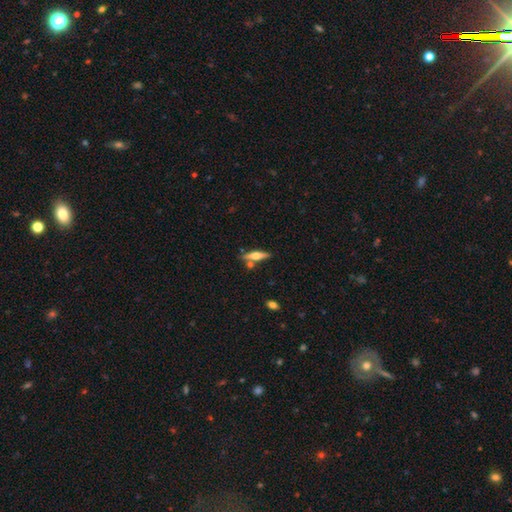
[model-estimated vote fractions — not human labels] Smooth or featured? Predicted: featured or disk (p=0.48). Merging? Predicted: none (p=0.74).